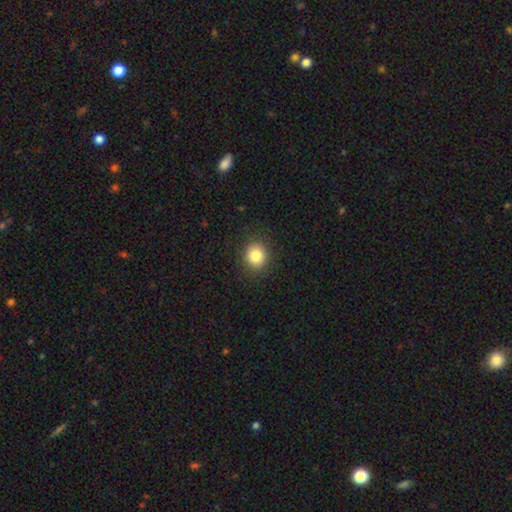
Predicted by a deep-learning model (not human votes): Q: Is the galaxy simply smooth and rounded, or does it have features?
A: smooth — 84%.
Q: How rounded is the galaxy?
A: round — 80%.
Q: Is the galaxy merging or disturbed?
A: none — 89%.